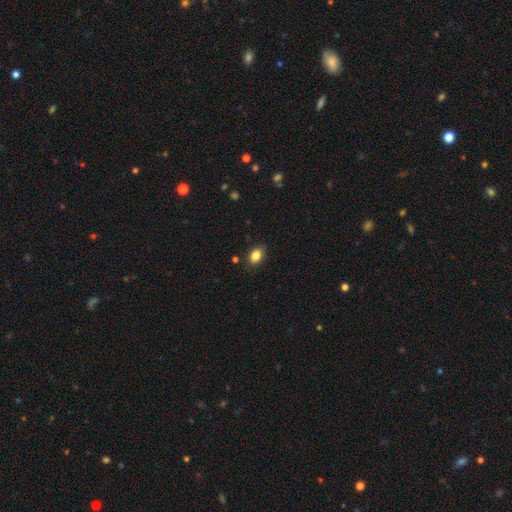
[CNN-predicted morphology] smooth_or_featured: smooth (p=0.85) [alt: star or artifact p=0.09]
how_rounded: in between (p=0.77) [alt: round p=0.22]
merging: none (p=0.84) [alt: minor disturbance p=0.11]